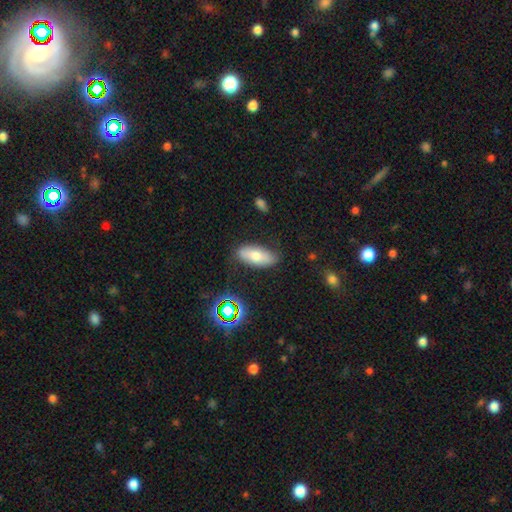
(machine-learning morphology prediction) Q: Smooth or featured?
A: smooth (69%); runner-up: featured or disk (21%)
Q: How rounded?
A: in between (79%); runner-up: cigar-shaped (18%)
Q: Merging?
A: none (79%); runner-up: minor disturbance (15%)